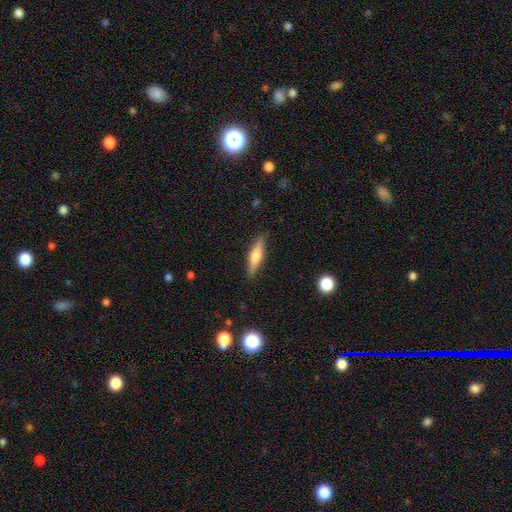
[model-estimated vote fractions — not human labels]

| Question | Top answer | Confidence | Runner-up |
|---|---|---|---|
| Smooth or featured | smooth | 56% | featured or disk (37%) |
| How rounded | cigar-shaped | 74% | in between (24%) |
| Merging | none | 88% | minor disturbance (9%) |